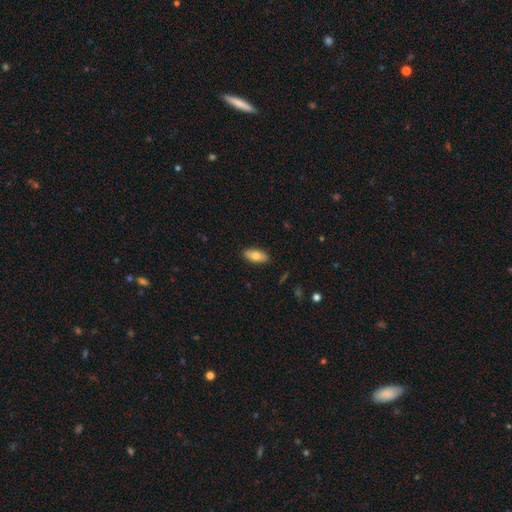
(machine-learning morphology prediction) Overall: smooth (75%). How rounded: in between (86%). Merging: none (89%).